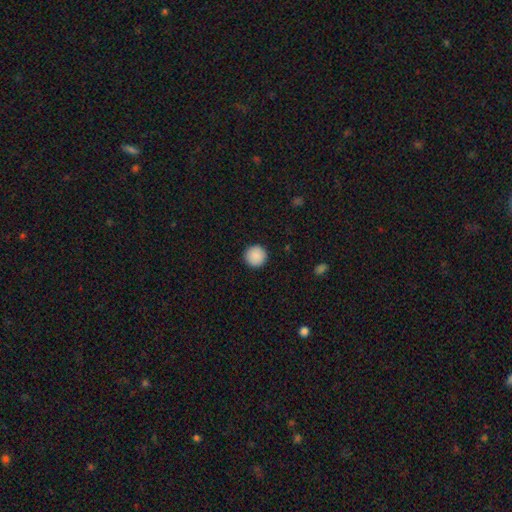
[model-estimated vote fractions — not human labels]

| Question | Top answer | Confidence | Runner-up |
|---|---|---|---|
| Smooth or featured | smooth | 90% | star or artifact (7%) |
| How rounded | round | 96% | in between (3%) |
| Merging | none | 93% | minor disturbance (5%) |